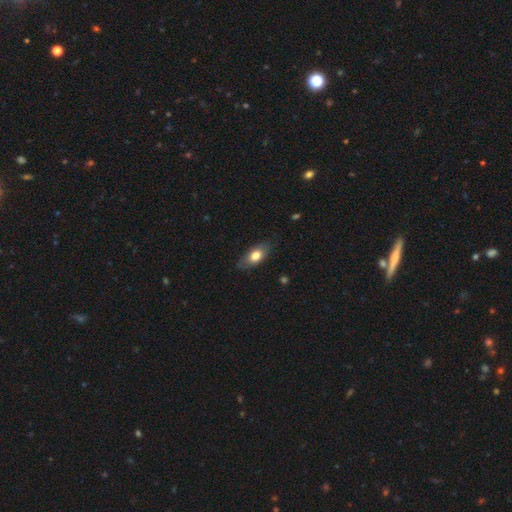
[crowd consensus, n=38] This appears to be a smooth galaxy with no disk features (71%) that is in between round and cigar-shaped (89%). Merging: none (67%).